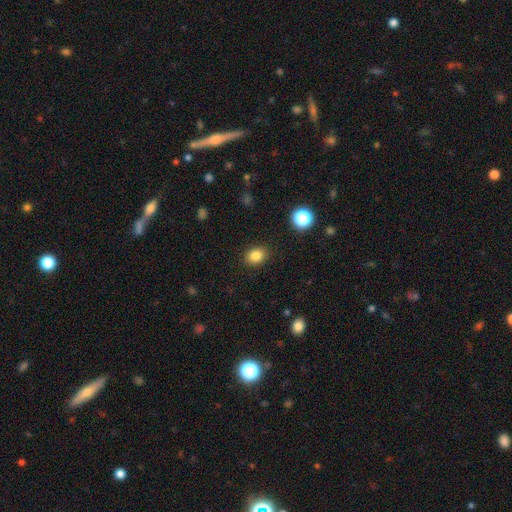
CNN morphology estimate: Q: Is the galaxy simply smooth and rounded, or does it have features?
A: smooth — 84%.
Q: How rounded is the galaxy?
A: round — 50%.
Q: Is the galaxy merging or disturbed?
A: none — 88%.